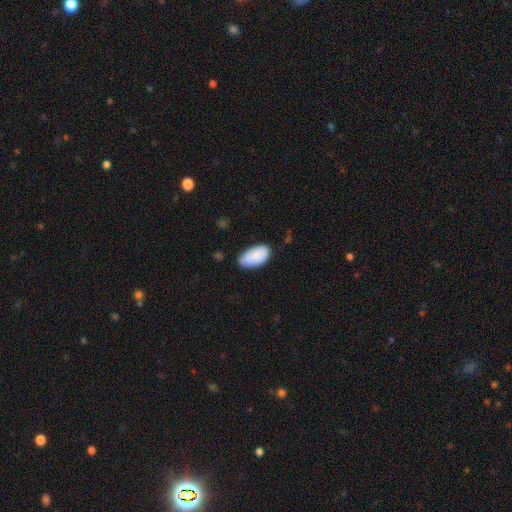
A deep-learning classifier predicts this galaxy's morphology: This is clearly a smooth galaxy (84%). How rounded: clearly in between (95%). Merging: likely none (67%).